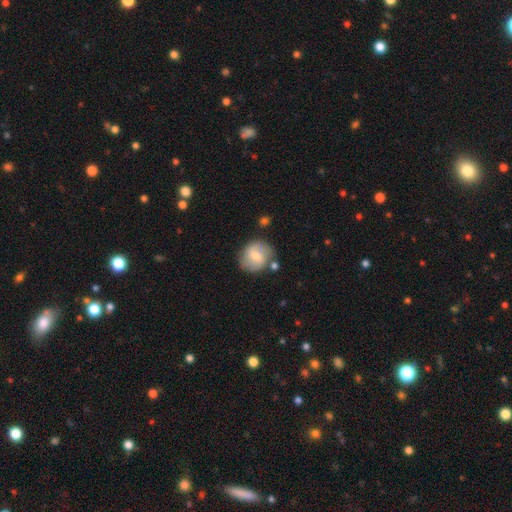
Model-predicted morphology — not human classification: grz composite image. It shows a smooth galaxy with no disk features (47%). Merging: none (73%).